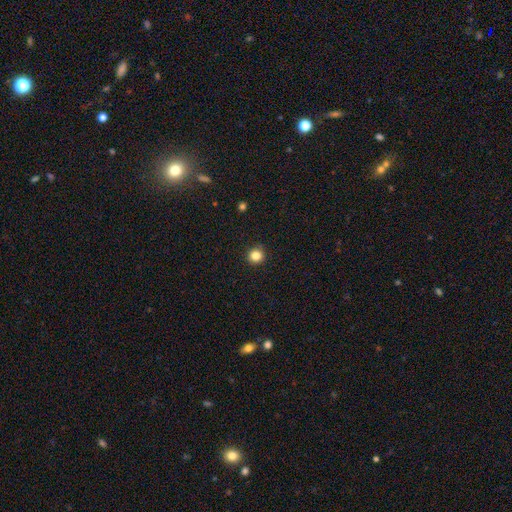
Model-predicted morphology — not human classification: Q: Smooth or featured?
A: smooth (84%); runner-up: star or artifact (12%)
Q: How rounded?
A: round (94%); runner-up: in between (5%)
Q: Merging?
A: none (92%); runner-up: minor disturbance (5%)